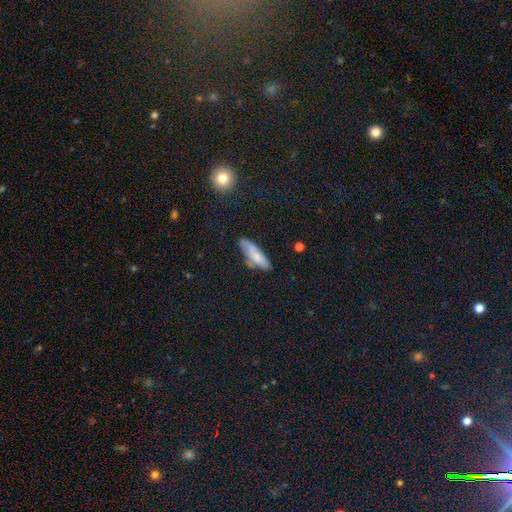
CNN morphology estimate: This appears to be a smooth galaxy with no disk features (73%) that is in between round and cigar-shaped (49%). Merging: none (60%).